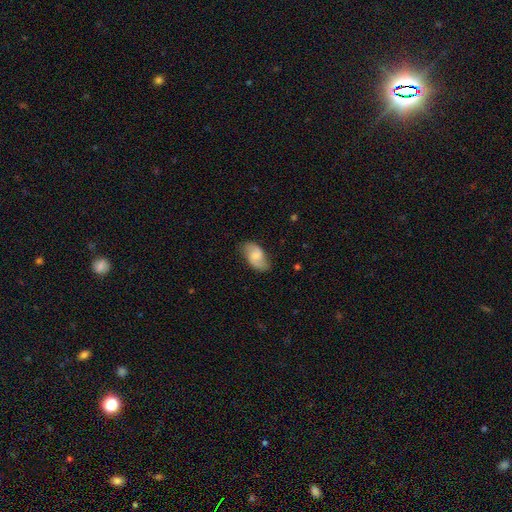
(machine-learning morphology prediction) Q: Smooth or featured?
A: smooth (48%); runner-up: featured or disk (45%)
Q: Merging?
A: none (76%); runner-up: minor disturbance (18%)